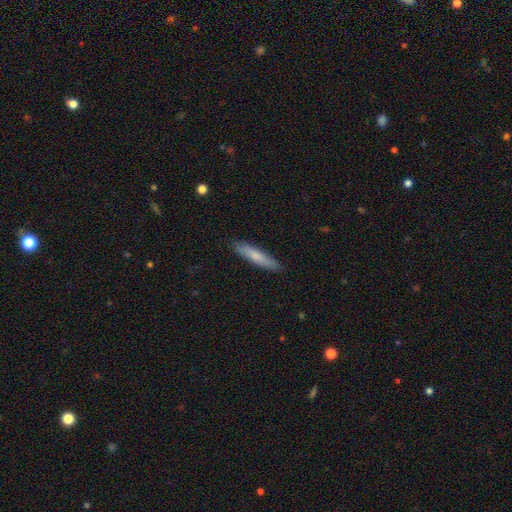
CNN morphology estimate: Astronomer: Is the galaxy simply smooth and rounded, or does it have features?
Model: smooth — 73%.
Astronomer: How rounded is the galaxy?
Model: cigar-shaped — 87%.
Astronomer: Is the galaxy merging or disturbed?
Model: none — 89%.